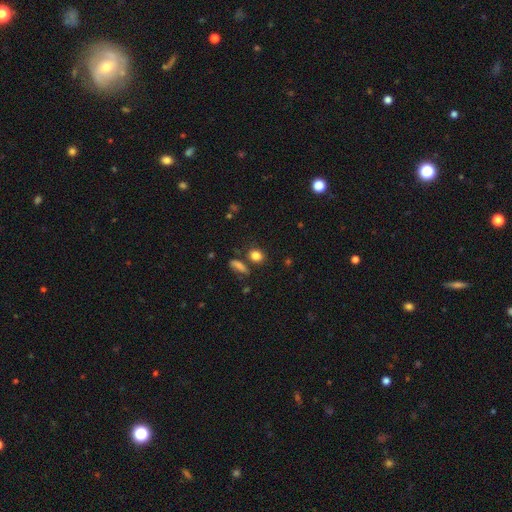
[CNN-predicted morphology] Smooth or featured? Predicted: smooth (p=0.83). How rounded? Predicted: round (p=0.59). Merging? Predicted: none (p=0.75).